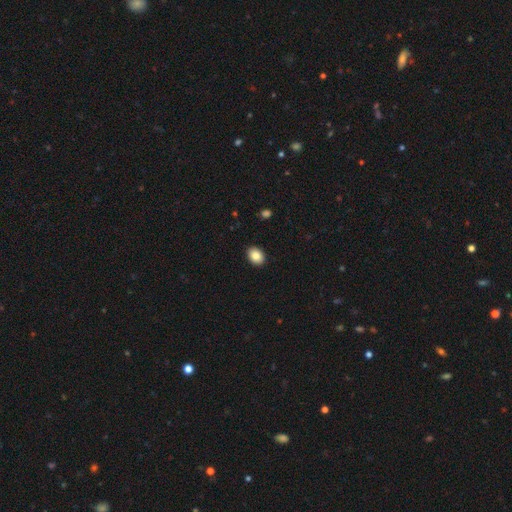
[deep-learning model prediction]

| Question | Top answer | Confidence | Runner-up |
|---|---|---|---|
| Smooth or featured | smooth | 86% | star or artifact (8%) |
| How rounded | in between | 67% | round (32%) |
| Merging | none | 91% | minor disturbance (7%) |